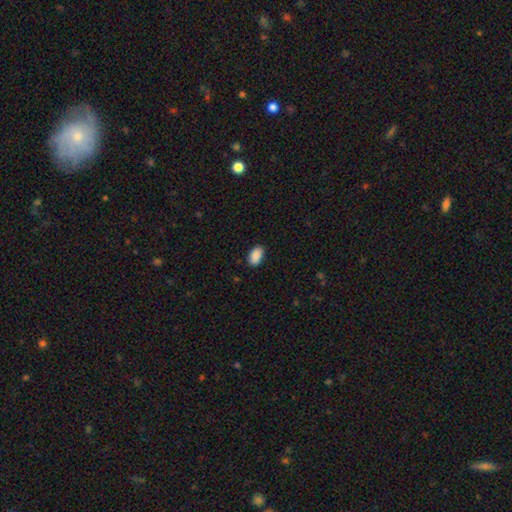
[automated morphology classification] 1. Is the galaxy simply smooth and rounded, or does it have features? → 90% smooth, 7% star or artifact, 3% featured or disk.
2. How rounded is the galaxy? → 94% in between, 5% round, 1% cigar-shaped.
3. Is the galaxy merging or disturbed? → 87% none, 9% minor disturbance, 2% major disturbance, 1% merger.